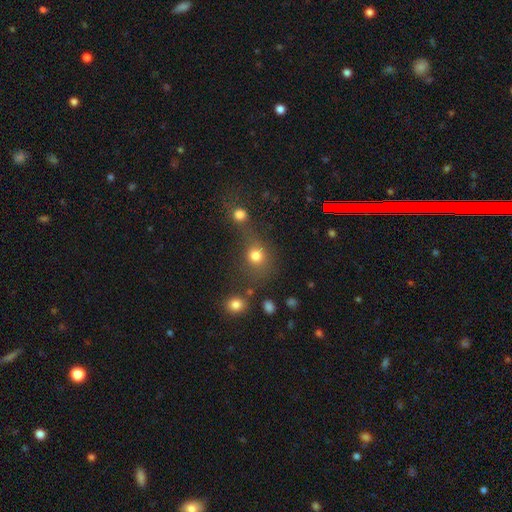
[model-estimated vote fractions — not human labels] Q: Smooth or featured?
A: smooth (77%); runner-up: star or artifact (15%)
Q: How rounded?
A: round (82%); runner-up: in between (16%)
Q: Merging?
A: none (49%); runner-up: merger (31%)